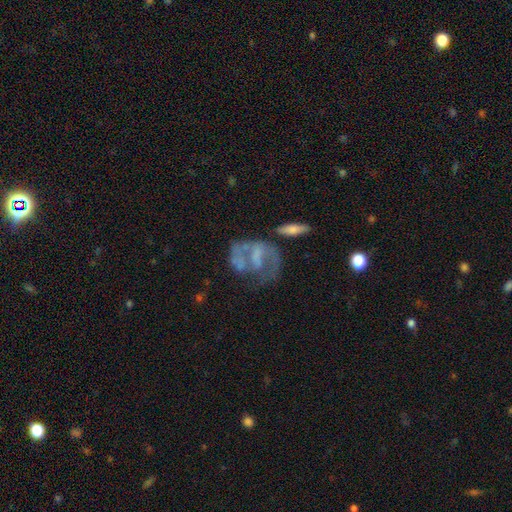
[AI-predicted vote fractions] Morphology: type=featured or disk (63%); edge-on=no (96%); bar=no (53%); spiral arms=no (58%); bulge=none (60%); merging=none (37%).